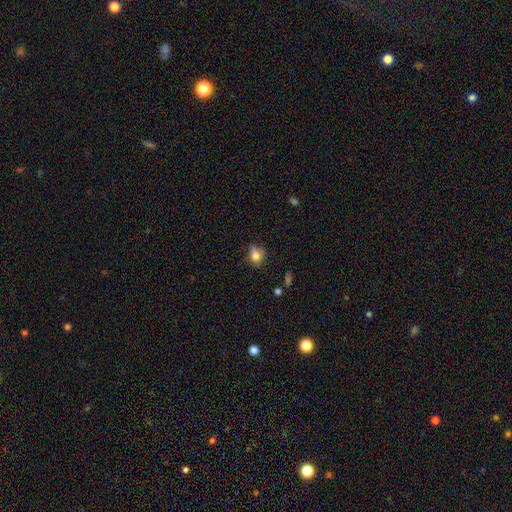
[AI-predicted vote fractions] smooth 70%, featured or disk 17%, star or artifact 13%. Down the decision tree: how rounded — round (55%); merging — none (51%).